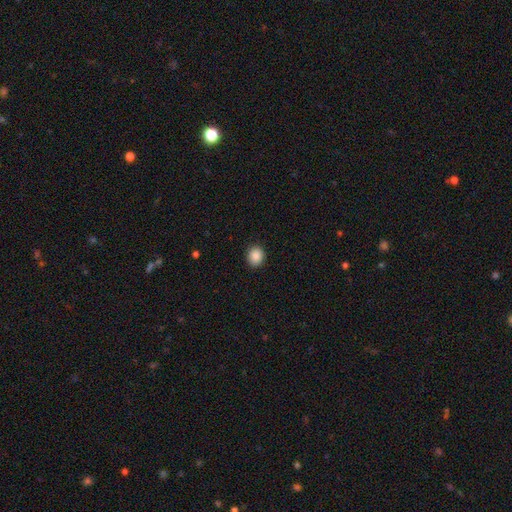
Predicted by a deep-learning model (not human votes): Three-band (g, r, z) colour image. It shows a smooth galaxy with no disk features (87%) that is round (65%). Merging: none (90%).